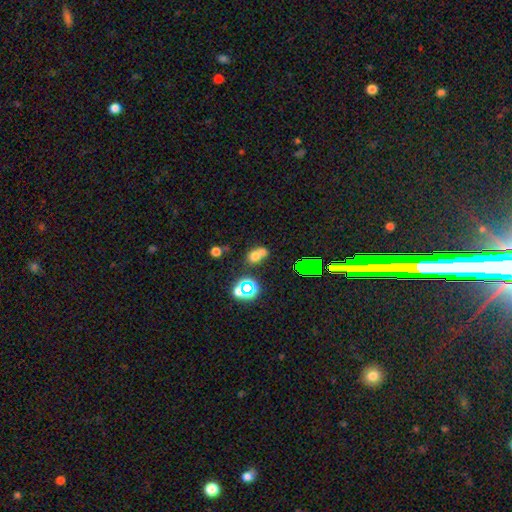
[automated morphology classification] smooth 62%, star or artifact 24%, featured or disk 15%. Down the decision tree: how rounded — round (56%); merging — merger (48%).